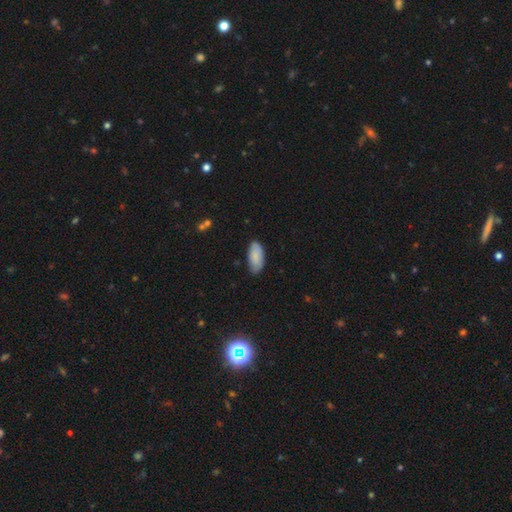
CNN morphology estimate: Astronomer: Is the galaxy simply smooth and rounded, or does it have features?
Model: smooth — 83%.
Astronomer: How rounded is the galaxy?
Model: in between — 91%.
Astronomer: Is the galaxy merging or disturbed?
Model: none — 74%.